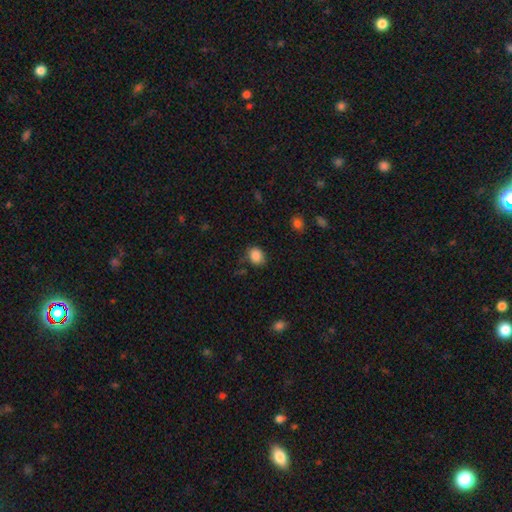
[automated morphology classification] Smooth or featured?
  - smooth: 86% *
  - star or artifact: 9%
  - featured or disk: 5%
How rounded?
  - in between: 52% *
  - round: 48%
  - cigar-shaped: 1%
Merging?
  - none: 77% *
  - minor disturbance: 17%
  - major disturbance: 4%
  - merger: 2%